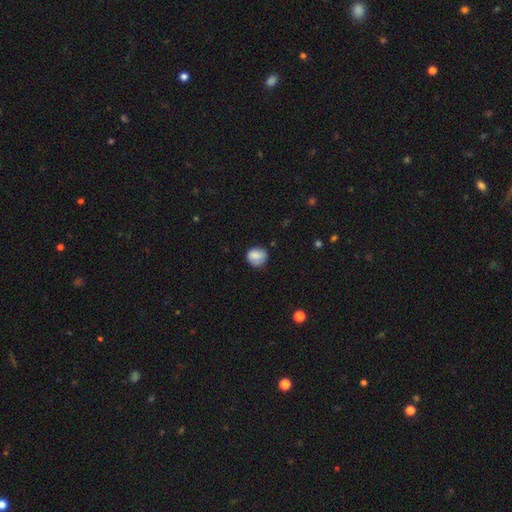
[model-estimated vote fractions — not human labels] A smooth galaxy with no disk features (79%) that is round (76%). Merging: none (68%).